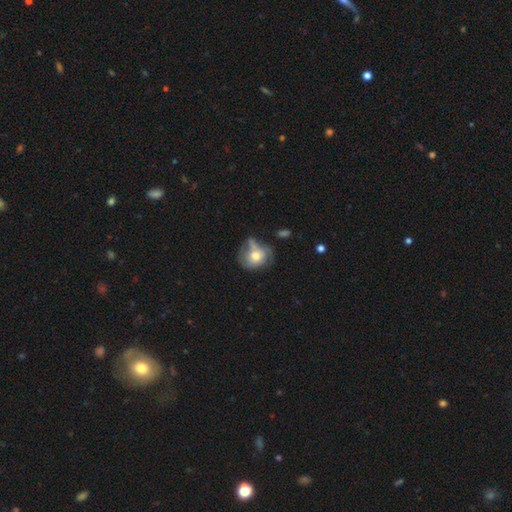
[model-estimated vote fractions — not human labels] This appears to be a smooth galaxy with no disk features (58%) that is round (65%). Merging: none (38%).